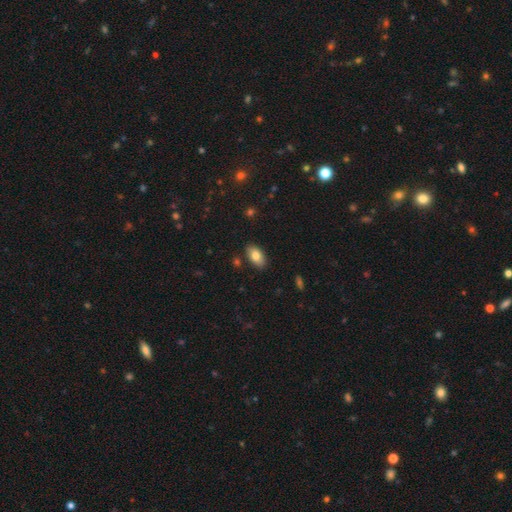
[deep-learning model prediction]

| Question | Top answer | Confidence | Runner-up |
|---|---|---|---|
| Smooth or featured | smooth | 79% | featured or disk (13%) |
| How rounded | in between | 93% | round (4%) |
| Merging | none | 86% | minor disturbance (10%) |